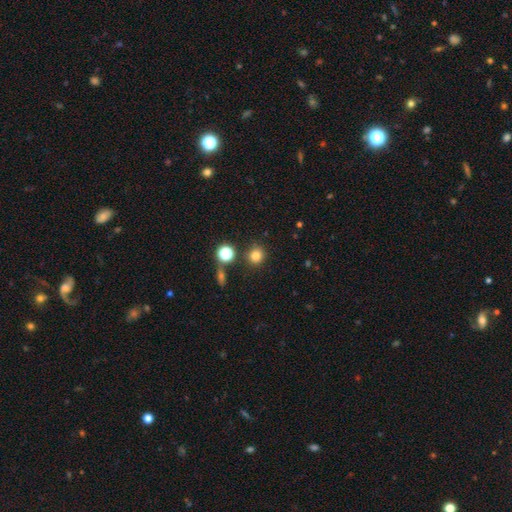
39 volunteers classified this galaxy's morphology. Smooth or featured?
  - smooth: 87% *
  - star or artifact: 10%
  - featured or disk: 3%
How rounded?
  - round: 94% *
  - in between: 6%
  - cigar-shaped: 0%
Merging?
  - none: 89% *
  - major disturbance: 6%
  - minor disturbance: 3%
  - merger: 3%